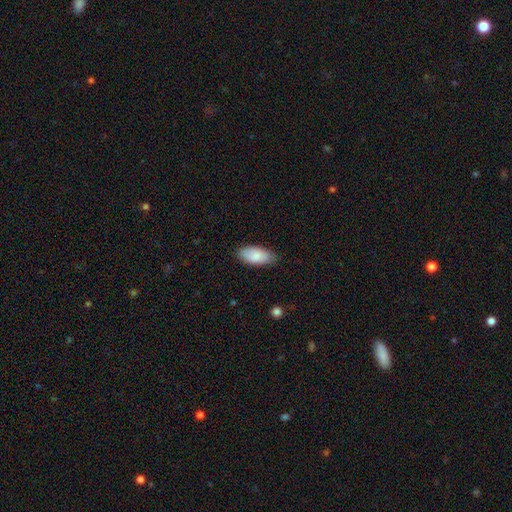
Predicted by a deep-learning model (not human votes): Smooth or featured?
  - smooth: 85% *
  - featured or disk: 9%
  - star or artifact: 6%
How rounded?
  - in between: 92% *
  - cigar-shaped: 6%
  - round: 2%
Merging?
  - none: 79% *
  - minor disturbance: 17%
  - major disturbance: 3%
  - merger: 1%